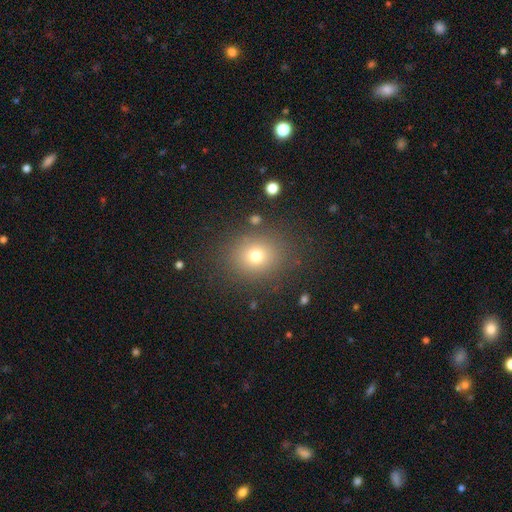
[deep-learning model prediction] Overall: smooth (73%). How rounded: round (75%). Merging: none (84%).